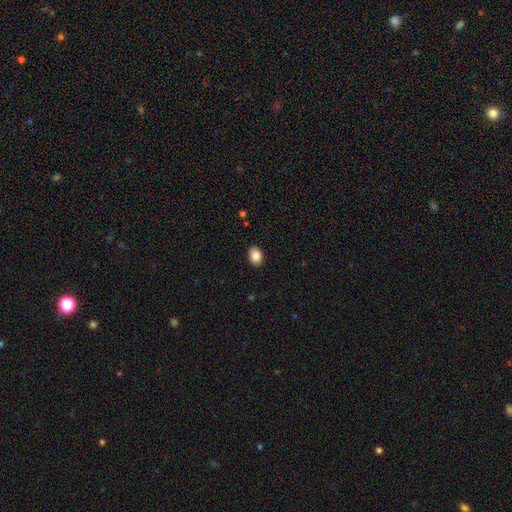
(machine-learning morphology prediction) Smooth or featured: smooth — 89% (star or artifact — 8%)
How rounded: in between — 76% (round — 23%)
Merging: none — 89% (minor disturbance — 8%)